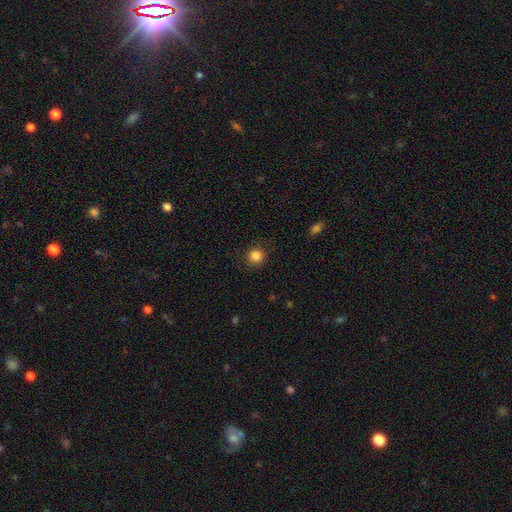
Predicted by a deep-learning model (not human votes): Overall: smooth (85%). How rounded: round (93%). Merging: none (87%).